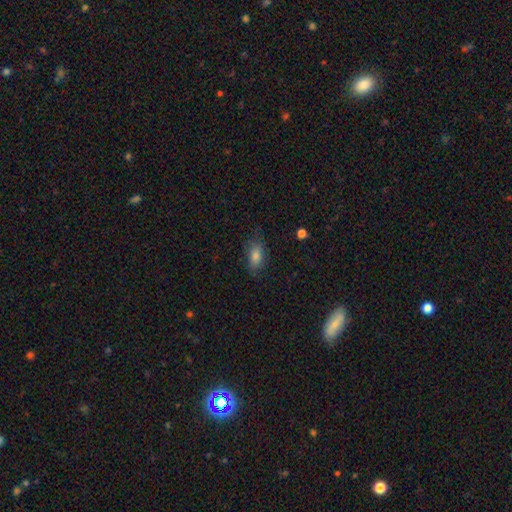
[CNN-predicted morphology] A smooth galaxy with no disk features (73%) that is in between round and cigar-shaped (83%). Merging: none (76%).